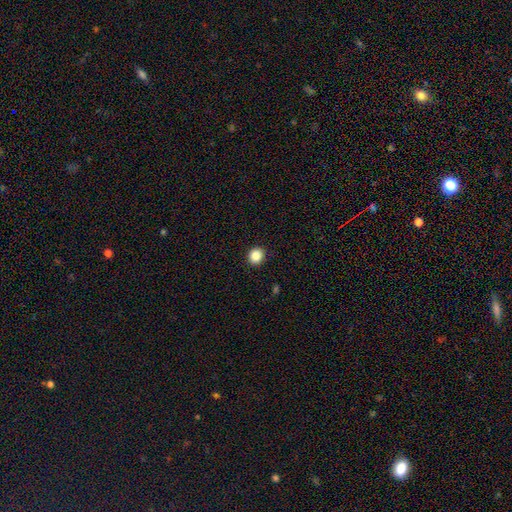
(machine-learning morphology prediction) Q: Smooth or featured?
A: smooth (87%); runner-up: star or artifact (10%)
Q: How rounded?
A: round (85%); runner-up: in between (15%)
Q: Merging?
A: none (92%); runner-up: minor disturbance (5%)